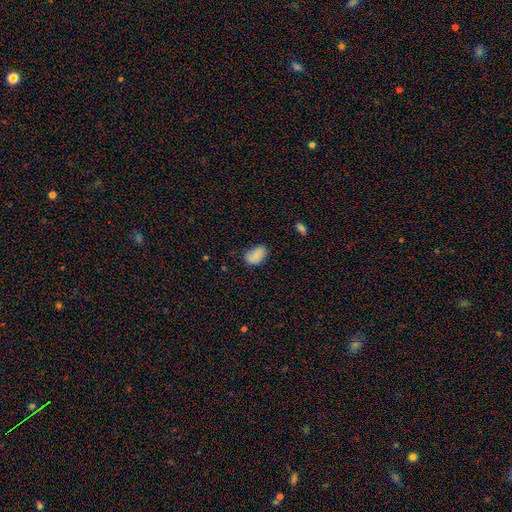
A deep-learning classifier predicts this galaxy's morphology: A smooth galaxy with no disk features (82%) that is in between round and cigar-shaped (90%). Merging: none (66%).